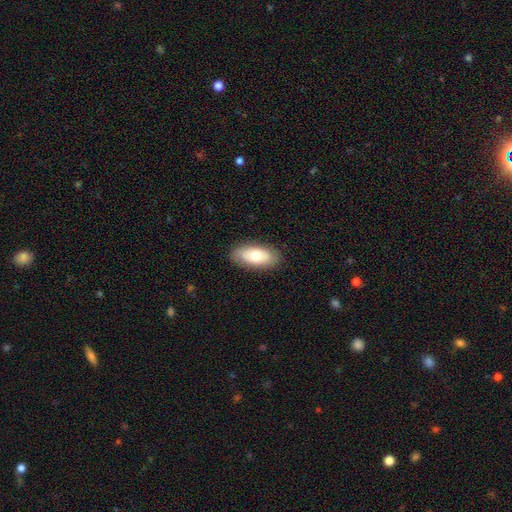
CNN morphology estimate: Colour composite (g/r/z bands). It shows a smooth galaxy with no disk features (65%) that is in between round and cigar-shaped (90%). Merging: none (85%).